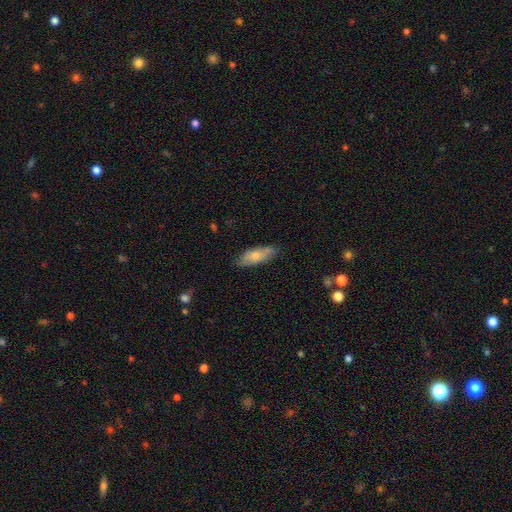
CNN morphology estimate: The model was most divided on "how rounded": in between: 68%, cigar-shaped: 29%, round: 2%. More confident: merging — none (77%); smooth or featured — smooth (71%).